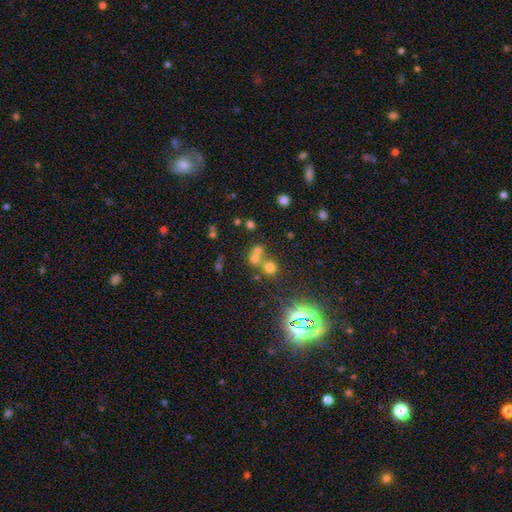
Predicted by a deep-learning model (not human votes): A smooth galaxy with no disk features (56%) that is round (82%). Merging: merger (47%).